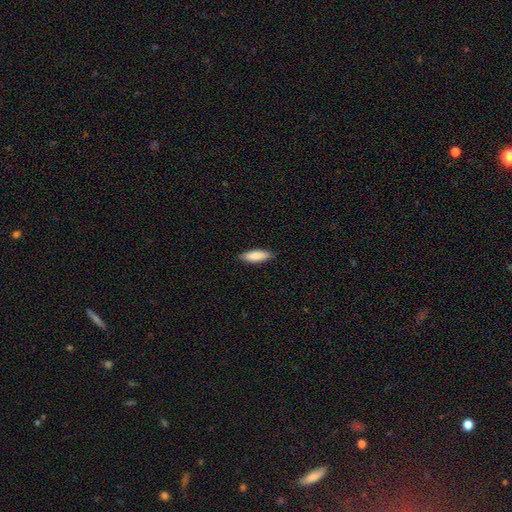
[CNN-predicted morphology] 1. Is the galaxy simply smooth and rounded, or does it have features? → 86% smooth, 8% featured or disk, 6% star or artifact.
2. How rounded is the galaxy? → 55% in between, 44% cigar-shaped, 2% round.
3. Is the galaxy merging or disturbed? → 87% none, 10% minor disturbance, 2% major disturbance, 1% merger.